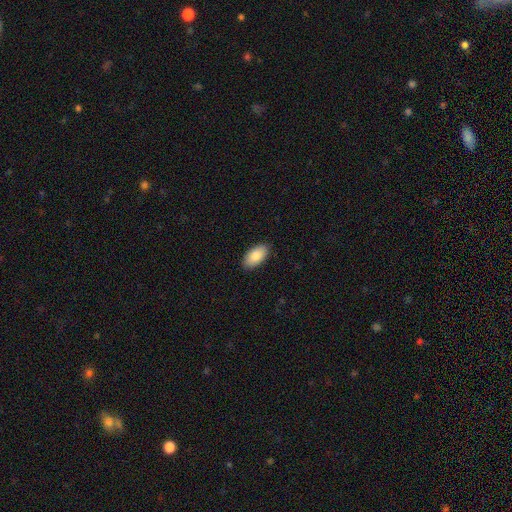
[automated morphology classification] Smooth or featured? smooth (86%)
How rounded? in between (95%)
Merging? none (89%)